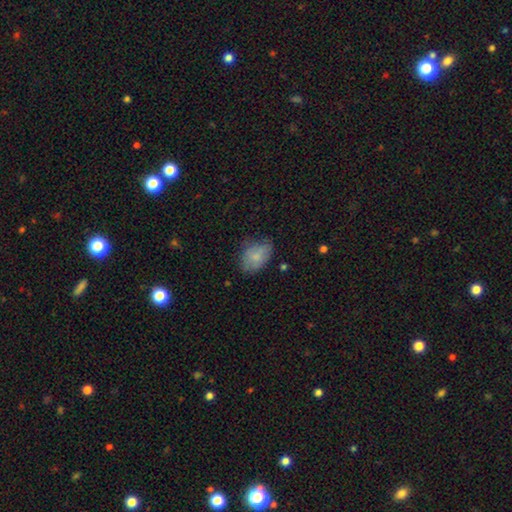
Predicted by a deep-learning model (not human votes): Q: Smooth or featured?
A: smooth (74%); runner-up: featured or disk (17%)
Q: How rounded?
A: in between (81%); runner-up: round (17%)
Q: Merging?
A: none (57%); runner-up: minor disturbance (30%)